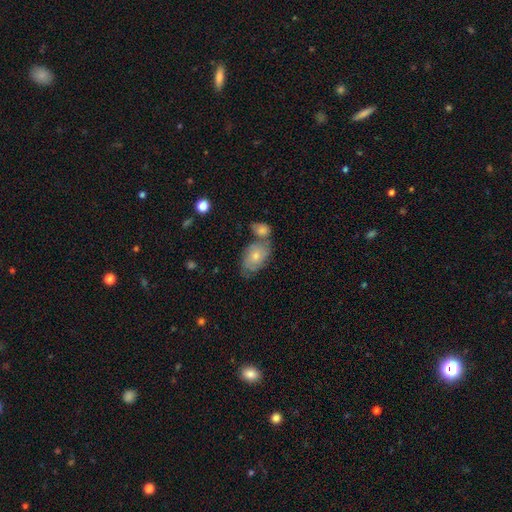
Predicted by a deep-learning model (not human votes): Q: Smooth or featured?
A: featured or disk (53%); runner-up: smooth (36%)
Q: Edge-on disk?
A: no (94%); runner-up: yes (6%)
Q: Merging?
A: none (47%); runner-up: merger (30%)